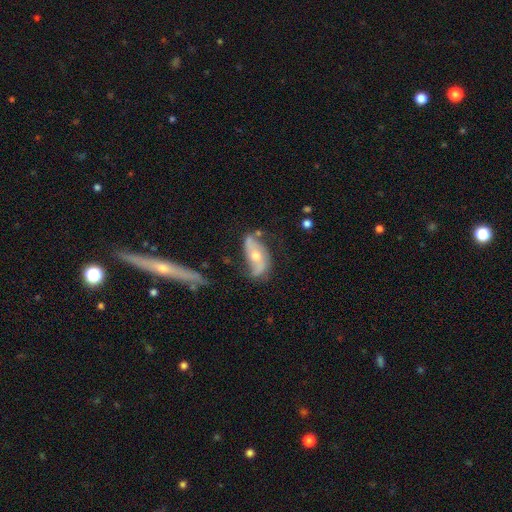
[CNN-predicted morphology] This is likely a featured or disk galaxy (69%). It is clearly not viewed edge-on (89%). Bar: possibly no (60%). Spiral arm pattern: clearly yes (82%). Spiral arm count: clearly 2 (86%). Spiral winding: likely loose (68%). Central bulge: likely moderate (68%). Merging: possibly none (55%).